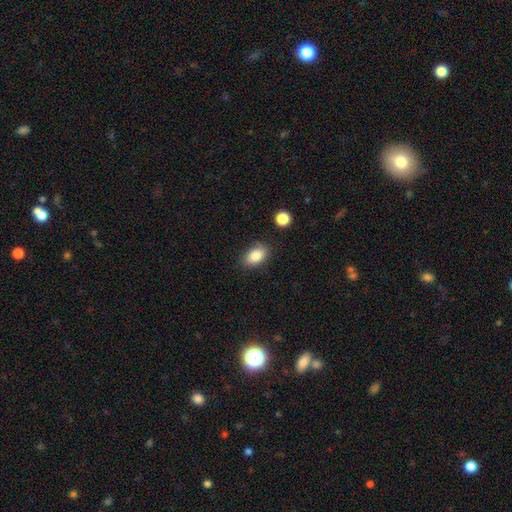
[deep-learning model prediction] Smooth or featured? Predicted: smooth (p=0.85). How rounded? Predicted: in between (p=0.88). Merging? Predicted: none (p=0.83).